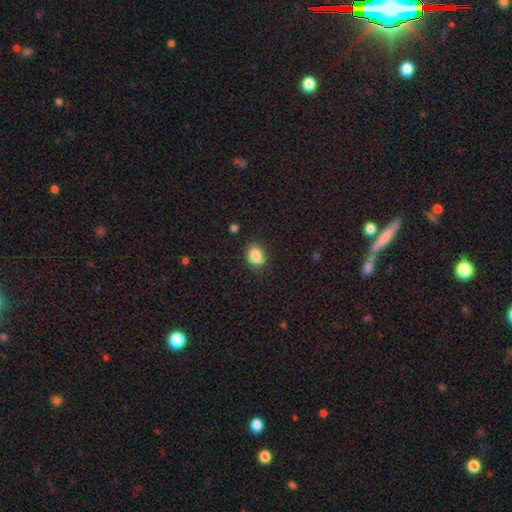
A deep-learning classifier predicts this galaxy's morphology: smooth 86%, star or artifact 9%, featured or disk 5%. Down the decision tree: how rounded — in between (54%); merging — none (86%).